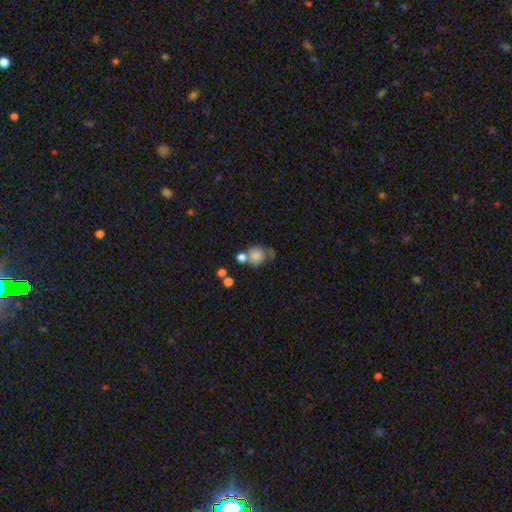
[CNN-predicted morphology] smooth_or_featured: smooth (p=0.78) [alt: featured or disk p=0.12]
how_rounded: round (p=0.86) [alt: in between p=0.13]
merging: none (p=0.45) [alt: merger p=0.31]